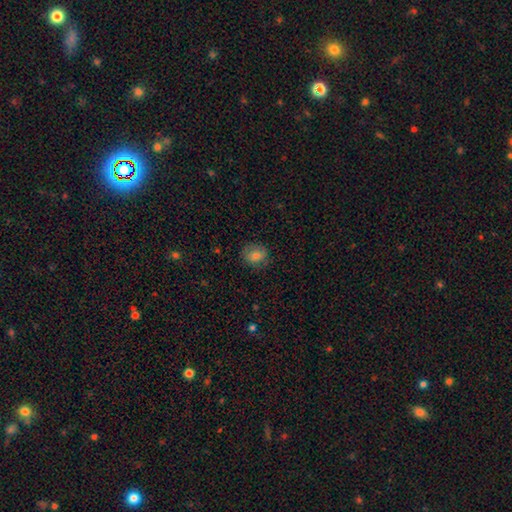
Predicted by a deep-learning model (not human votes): Smooth or featured? Predicted: smooth (p=0.72). How rounded? Predicted: round (p=0.67). Merging? Predicted: none (p=0.79).